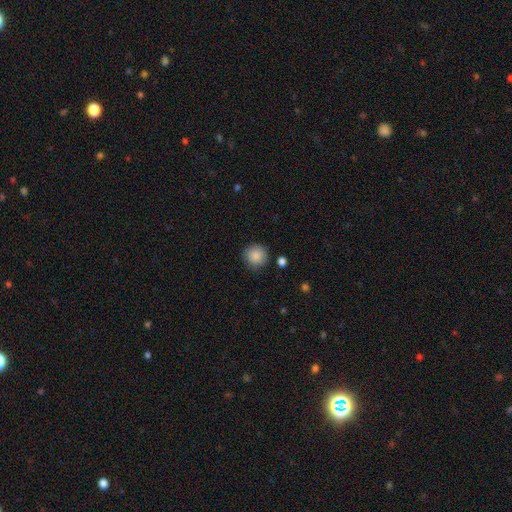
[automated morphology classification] smooth_or_featured: smooth (p=0.88) [alt: star or artifact p=0.08]
how_rounded: round (p=0.93) [alt: in between p=0.06]
merging: none (p=0.86) [alt: minor disturbance p=0.09]